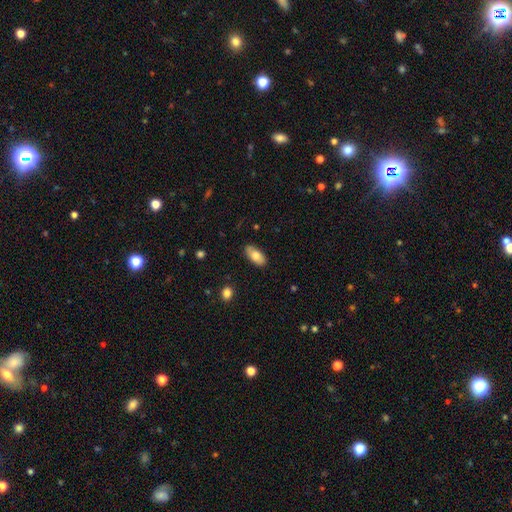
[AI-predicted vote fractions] This is likely a smooth galaxy (79%). How rounded: clearly in between (91%). Merging: clearly none (86%).